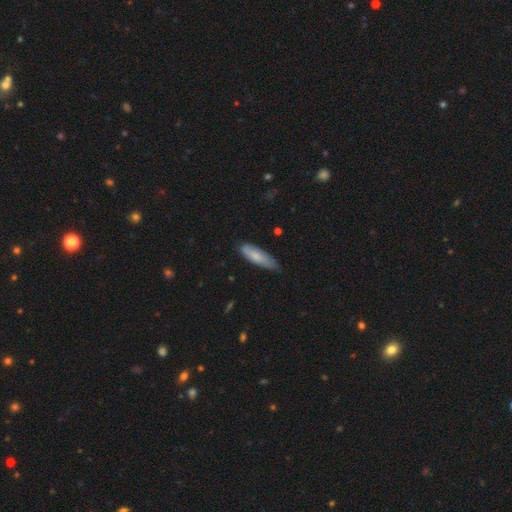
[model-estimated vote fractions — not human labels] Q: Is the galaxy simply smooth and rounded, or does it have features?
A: smooth — 74%.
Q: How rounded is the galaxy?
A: cigar-shaped — 58%.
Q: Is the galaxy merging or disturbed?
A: none — 65%.